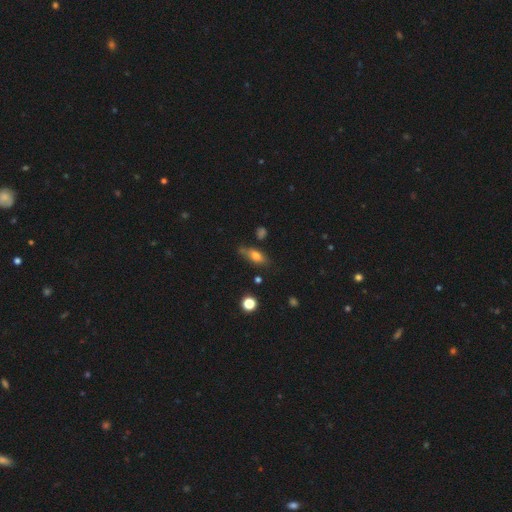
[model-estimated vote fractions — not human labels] Smooth or featured? smooth (68%)
How rounded? in between (72%)
Merging? none (60%)